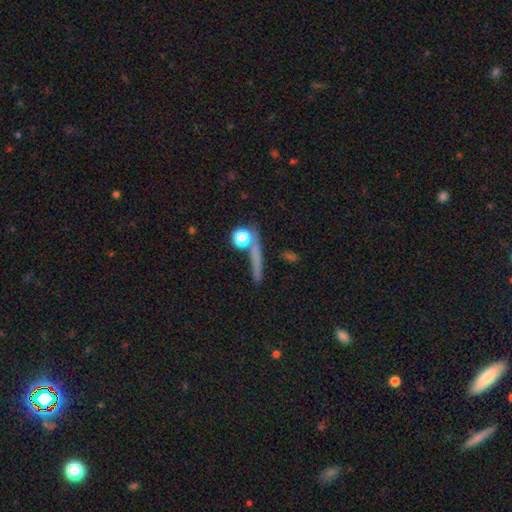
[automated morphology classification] A smooth galaxy with no disk features (52%) that is cigar-shaped (52%). Merging: none (70%).